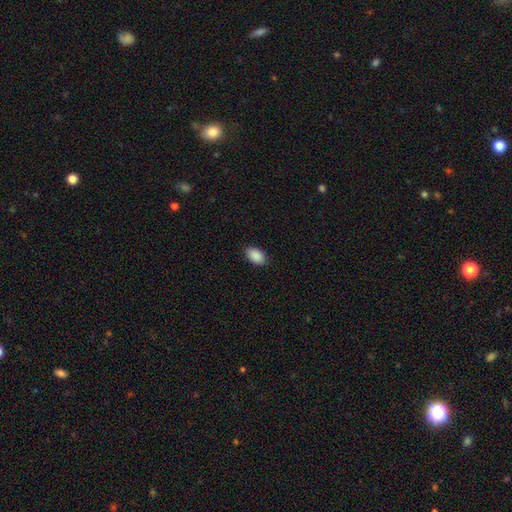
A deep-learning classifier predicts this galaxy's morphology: Smooth or featured?
  - smooth: 90% *
  - star or artifact: 7%
  - featured or disk: 3%
How rounded?
  - in between: 92% *
  - round: 7%
  - cigar-shaped: 1%
Merging?
  - none: 89% *
  - minor disturbance: 8%
  - major disturbance: 2%
  - merger: 1%